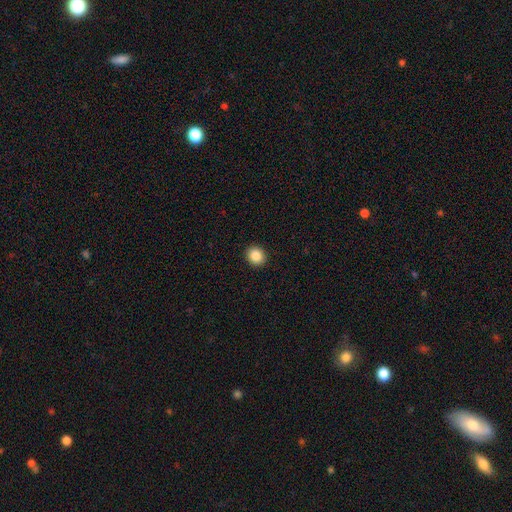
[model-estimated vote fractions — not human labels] A smooth galaxy with no disk features (87%) that is round (79%). Merging: none (92%).